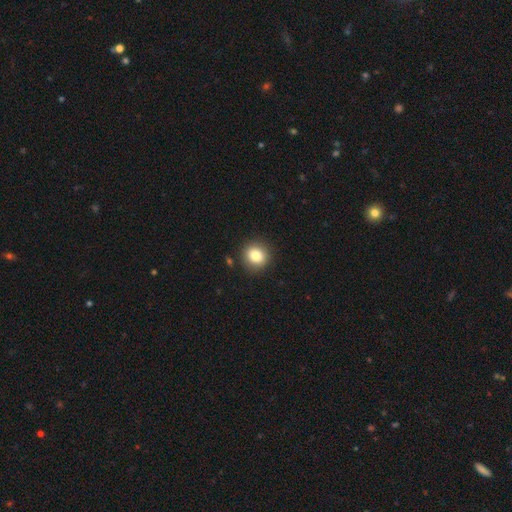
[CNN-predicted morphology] A smooth galaxy with no disk features (83%) that is round (87%). Merging: none (89%).